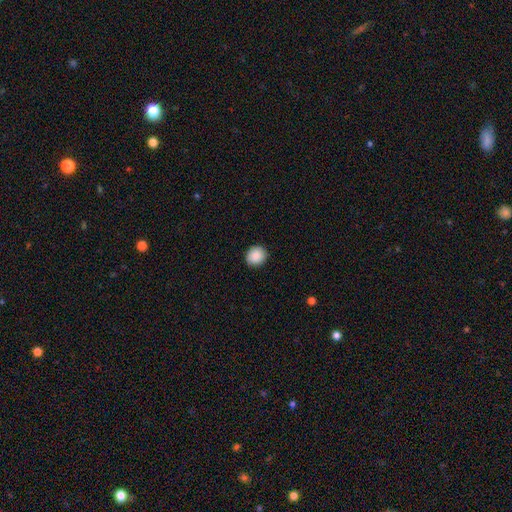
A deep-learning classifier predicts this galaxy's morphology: Smooth or featured?
  - smooth: 90% *
  - star or artifact: 8%
  - featured or disk: 3%
How rounded?
  - round: 87% *
  - in between: 13%
  - cigar-shaped: 1%
Merging?
  - none: 90% *
  - minor disturbance: 7%
  - major disturbance: 2%
  - merger: 1%